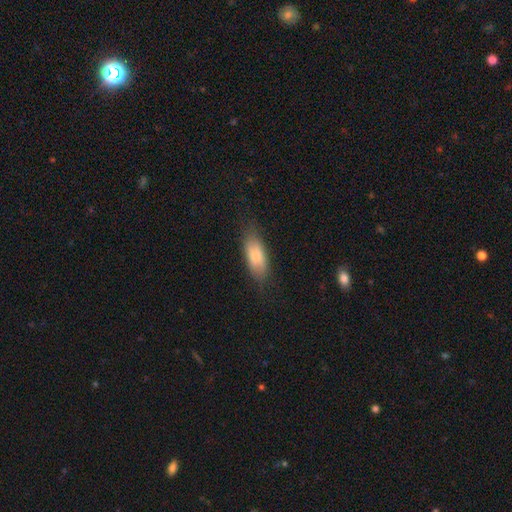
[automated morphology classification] The model was most divided on "merging": none: 71%, minor disturbance: 21%, major disturbance: 6%, merger: 1%. More confident: smooth or featured — smooth (78%); how rounded — in between (77%).